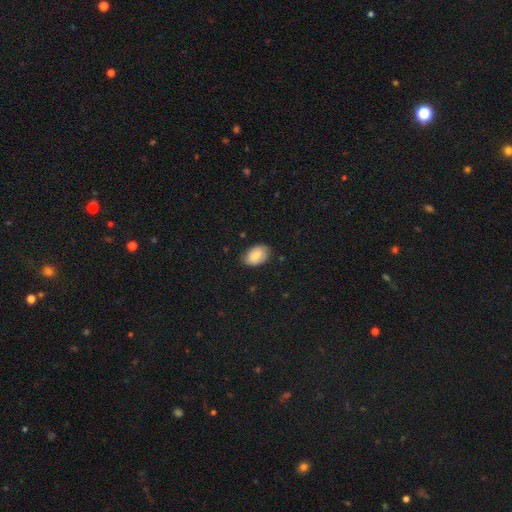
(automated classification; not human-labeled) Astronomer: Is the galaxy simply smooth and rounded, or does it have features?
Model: smooth — 78%.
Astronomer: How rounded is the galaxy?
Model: in between — 89%.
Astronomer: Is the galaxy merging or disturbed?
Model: none — 79%.